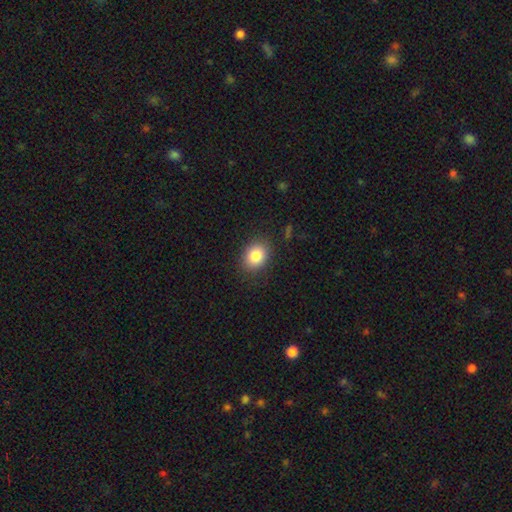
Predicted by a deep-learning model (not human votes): A smooth galaxy with no disk features (83%) that is in between round and cigar-shaped (57%).

Vote fractions:
- Smooth or featured? smooth: 83% / star or artifact: 9% / featured or disk: 7%
- How rounded? in between: 57% / round: 42% / cigar-shaped: 1%
- Merging? none: 86% / minor disturbance: 10% / major disturbance: 3% / merger: 1%